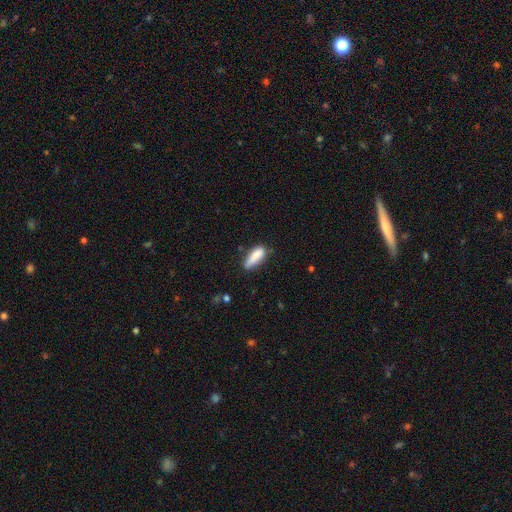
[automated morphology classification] smooth 83%, featured or disk 9%, star or artifact 7%. Down the decision tree: how rounded — cigar-shaped (50%); merging — none (65%).